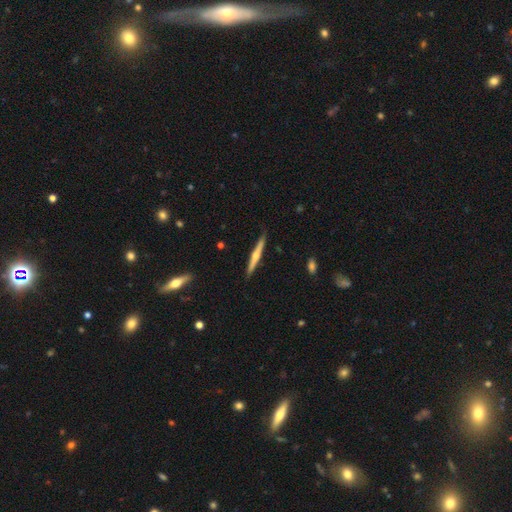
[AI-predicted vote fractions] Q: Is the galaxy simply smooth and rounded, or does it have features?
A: featured or disk — 64%.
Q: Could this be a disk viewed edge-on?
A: yes — 97%.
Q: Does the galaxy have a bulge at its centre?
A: rounded — 85%.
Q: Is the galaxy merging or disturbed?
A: none — 88%.